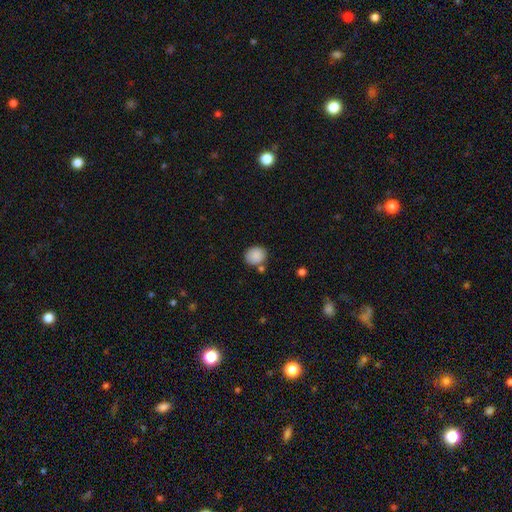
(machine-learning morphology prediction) Smooth or featured?
  - smooth: 88% *
  - star or artifact: 8%
  - featured or disk: 4%
How rounded?
  - round: 67% *
  - in between: 32%
  - cigar-shaped: 1%
Merging?
  - none: 75% *
  - minor disturbance: 12%
  - merger: 10%
  - major disturbance: 3%